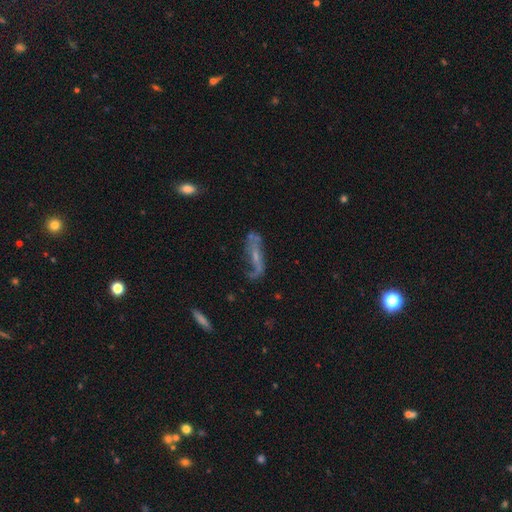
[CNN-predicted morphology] The model was most divided on "bar": no: 44%, weak: 34%, strong: 22%. More confident: spiral arms — yes (79%); edge-on disk — no (76%); smooth or featured — featured or disk (69%); bulge size — small (61%); merging — none (53%).